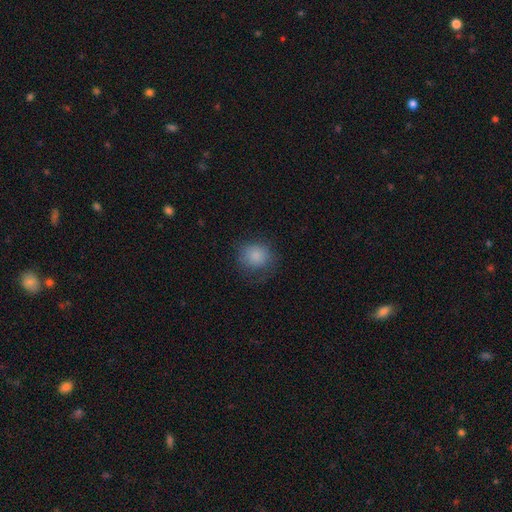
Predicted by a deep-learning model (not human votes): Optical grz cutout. It shows a smooth galaxy with no disk features (85%) that is round (84%). Merging: none (71%).